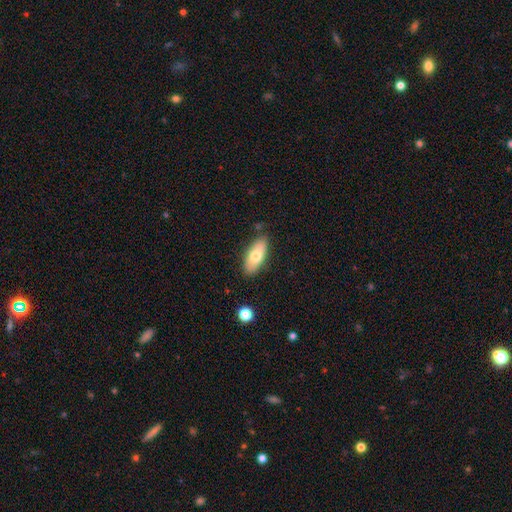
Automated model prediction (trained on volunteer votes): This appears to be a smooth galaxy with no disk features (71%) that is in between round and cigar-shaped (81%). Merging: none (83%).